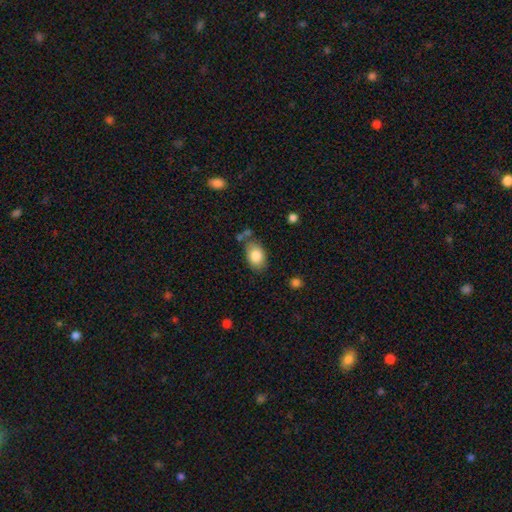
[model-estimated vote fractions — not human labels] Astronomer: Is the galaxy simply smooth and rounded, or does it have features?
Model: smooth — 83%.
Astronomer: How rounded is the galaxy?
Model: in between — 85%.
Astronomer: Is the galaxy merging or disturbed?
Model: none — 72%.